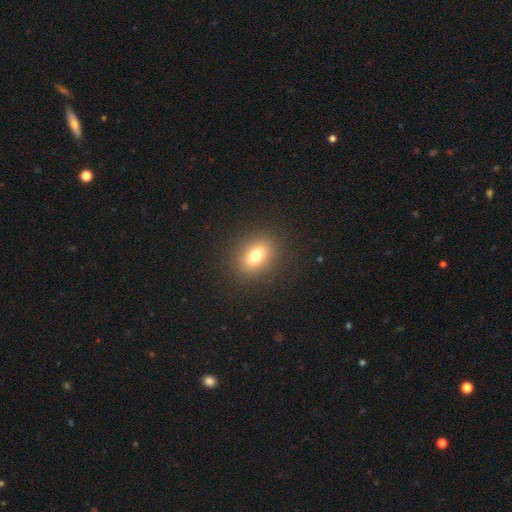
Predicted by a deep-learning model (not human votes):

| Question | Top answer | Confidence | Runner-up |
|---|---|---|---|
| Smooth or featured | smooth | 75% | featured or disk (12%) |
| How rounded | in between | 62% | round (36%) |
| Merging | none | 89% | minor disturbance (7%) |